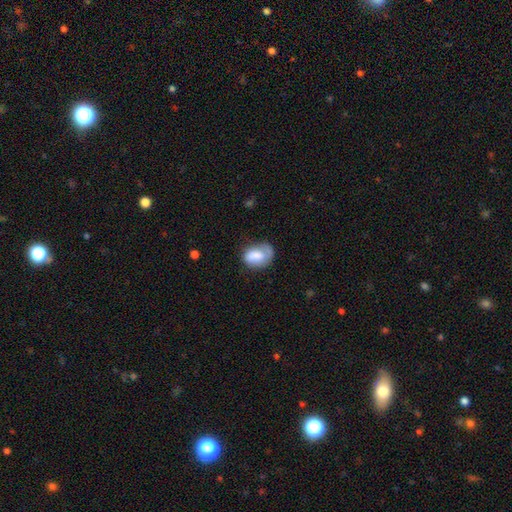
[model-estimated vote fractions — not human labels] smooth 72%, featured or disk 21%, star or artifact 7%. Down the decision tree: how rounded — in between (75%); merging — none (46%).